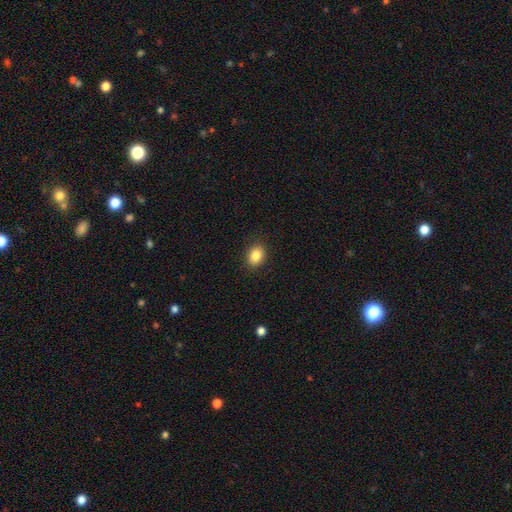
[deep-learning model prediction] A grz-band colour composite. It shows a smooth galaxy with no disk features (85%) that is in between round and cigar-shaped (63%). Merging: none (89%).